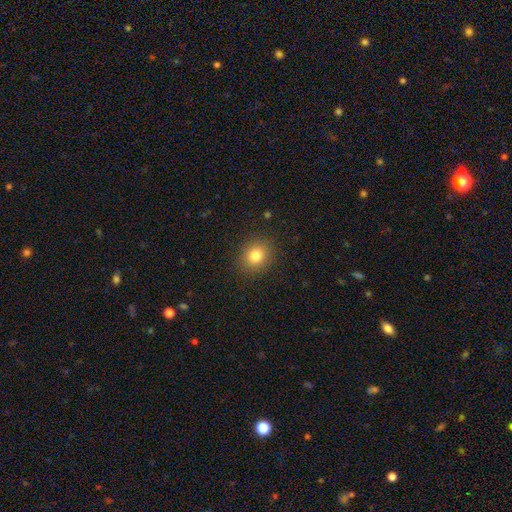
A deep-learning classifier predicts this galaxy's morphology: This appears to be a smooth galaxy with no disk features (81%) that is round (72%). Merging: none (88%).